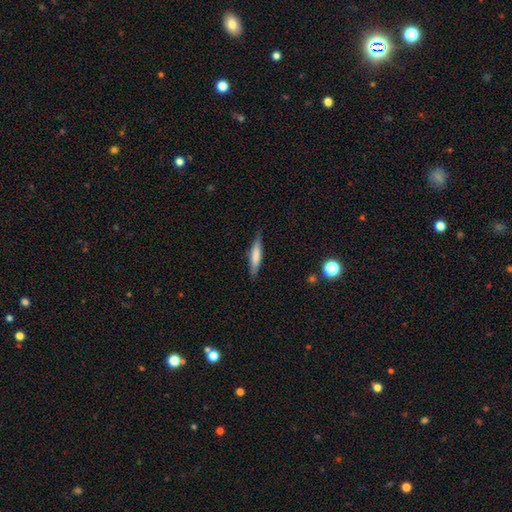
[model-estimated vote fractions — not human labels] Q: Smooth or featured?
A: smooth (69%); runner-up: featured or disk (25%)
Q: How rounded?
A: cigar-shaped (87%); runner-up: in between (12%)
Q: Merging?
A: none (84%); runner-up: minor disturbance (12%)